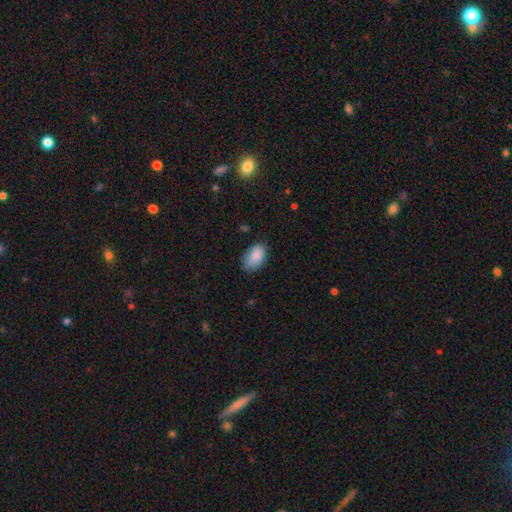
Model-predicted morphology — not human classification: smooth 88%, star or artifact 7%, featured or disk 5%. Down the decision tree: how rounded — in between (91%); merging — none (73%).